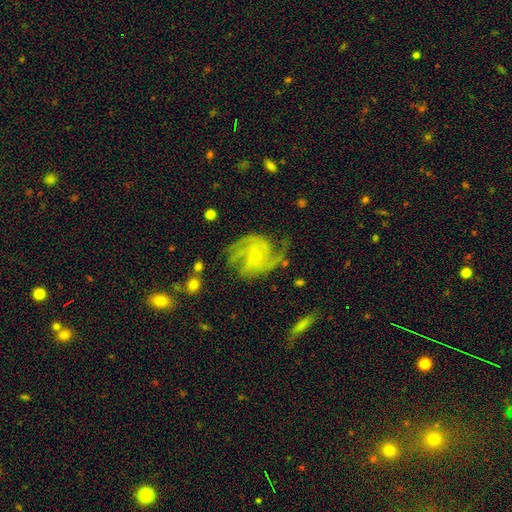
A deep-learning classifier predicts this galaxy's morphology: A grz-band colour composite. It shows a featured or disk galaxy (88%) with no bar (71%), 3 (35%) medium (46%) spiral arms (97%) and a small central bulge (74%). Merging: none (68%).